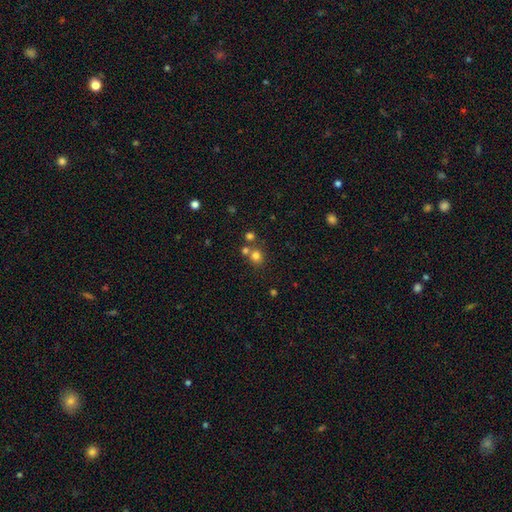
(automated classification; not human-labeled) Overall: smooth (75%). How rounded: round (83%). Merging: none (59%; merger 31%).